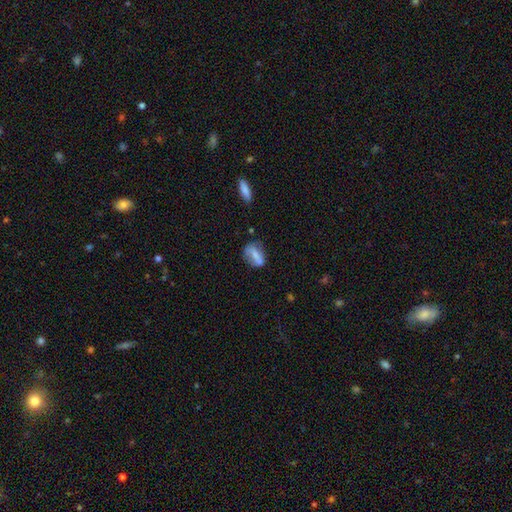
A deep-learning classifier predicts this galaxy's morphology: smooth-or-featured: smooth: 59% | featured or disk: 33% | star or artifact: 9%
  how-rounded: in between: 74% | round: 16% | cigar-shaped: 10%
  merging: none: 54% | minor disturbance: 26% | major disturbance: 12% | merger: 7%